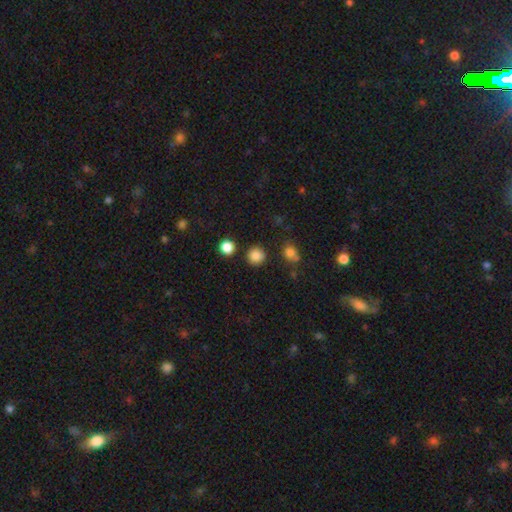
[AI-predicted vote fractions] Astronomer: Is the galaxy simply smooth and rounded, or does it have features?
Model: smooth — 84%.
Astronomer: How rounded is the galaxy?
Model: round — 93%.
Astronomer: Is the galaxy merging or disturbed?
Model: none — 86%.